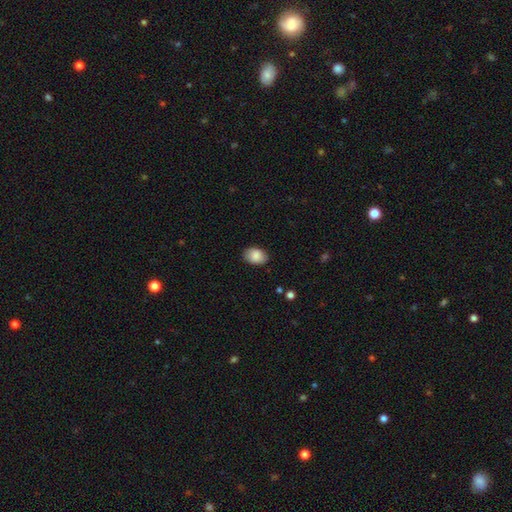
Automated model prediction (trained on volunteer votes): smooth 88%, star or artifact 7%, featured or disk 6%. Down the decision tree: how rounded — in between (82%); merging — none (86%).